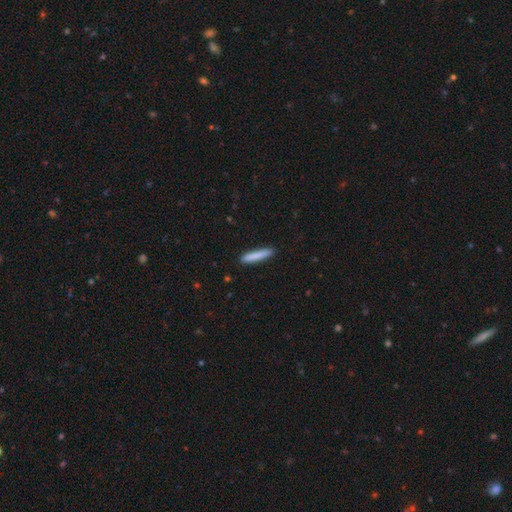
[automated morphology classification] Q: Smooth or featured?
A: smooth (84%); runner-up: featured or disk (10%)
Q: How rounded?
A: cigar-shaped (93%); runner-up: in between (6%)
Q: Merging?
A: none (91%); runner-up: minor disturbance (7%)